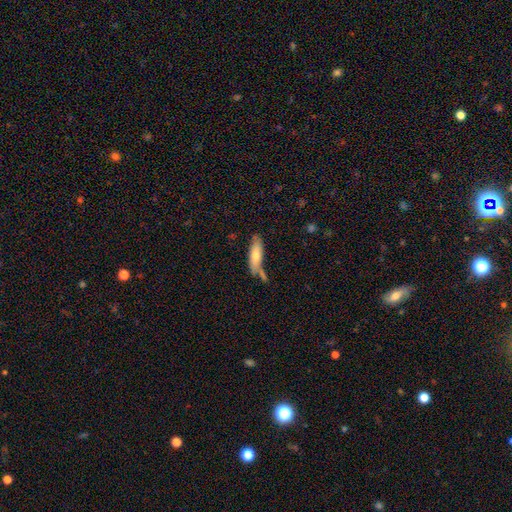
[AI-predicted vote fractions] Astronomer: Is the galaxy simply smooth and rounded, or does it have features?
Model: smooth — 69%.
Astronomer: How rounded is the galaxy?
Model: cigar-shaped — 56% (runner-up: in between, 42%).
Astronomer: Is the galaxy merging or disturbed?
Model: none — 57%.